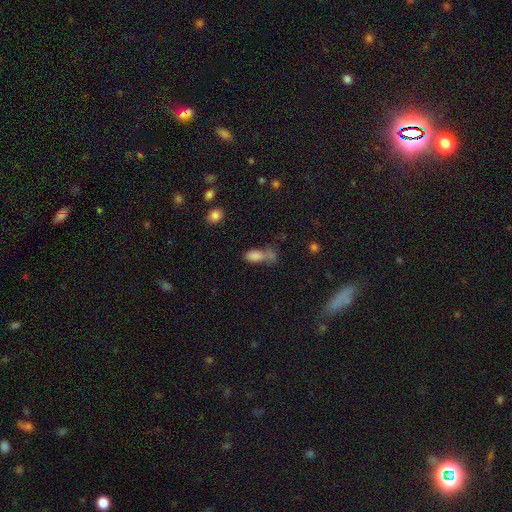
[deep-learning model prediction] Smooth or featured? smooth (74%)
How rounded? in between (79%)
Merging? merger (41%)